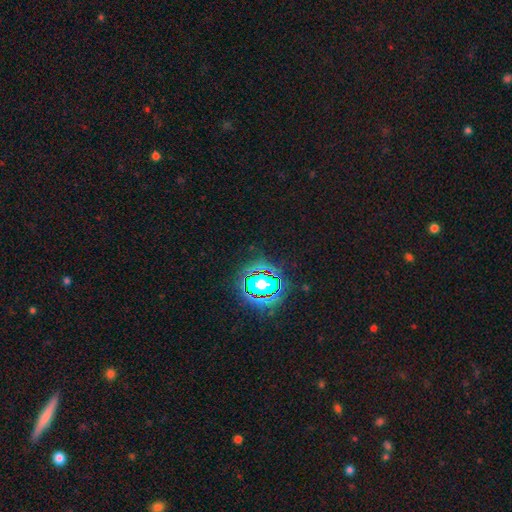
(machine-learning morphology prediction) smooth_or_featured: star or artifact (p=0.81) [alt: smooth p=0.11]